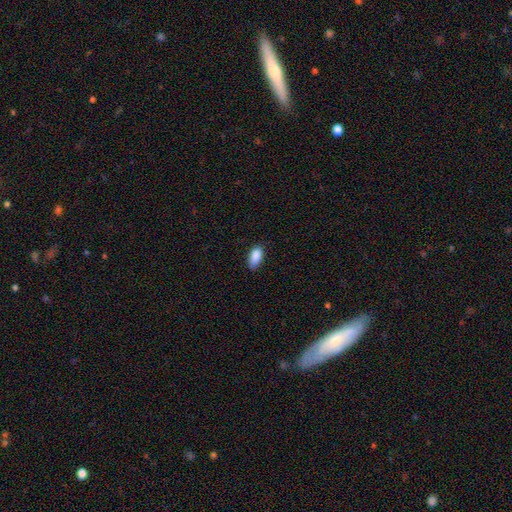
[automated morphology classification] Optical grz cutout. It shows a smooth galaxy with no disk features (89%) that is in between round and cigar-shaped (91%). Merging: none (74%).